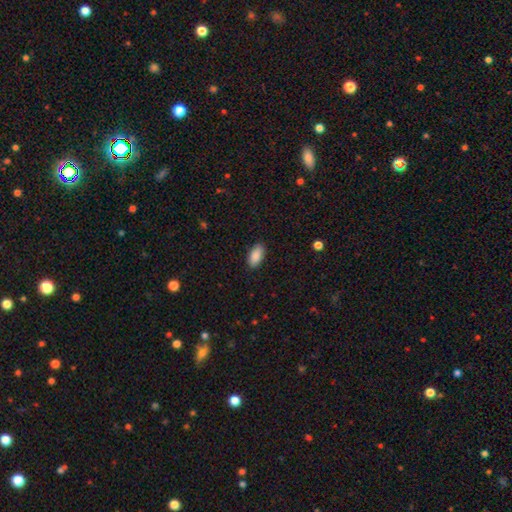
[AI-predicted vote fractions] smooth 89%, star or artifact 7%, featured or disk 4%. Down the decision tree: how rounded — in between (92%); merging — none (89%).